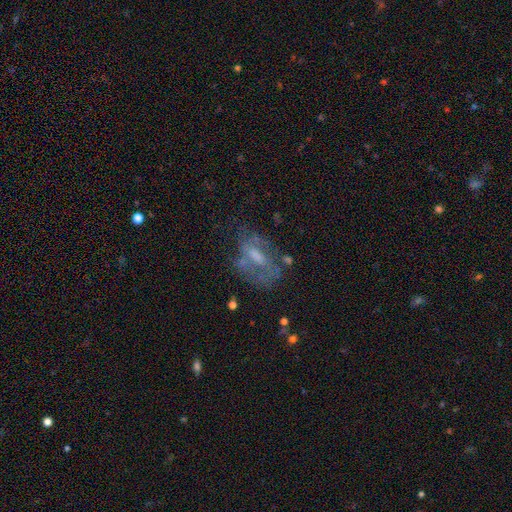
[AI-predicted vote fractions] featured or disk 61%, smooth 26%, star or artifact 13%. Down the decision tree: edge-on disk — no (93%); bar — no (47%); spiral arms — no (57%); bulge size — moderate (43%); merging — none (47%).